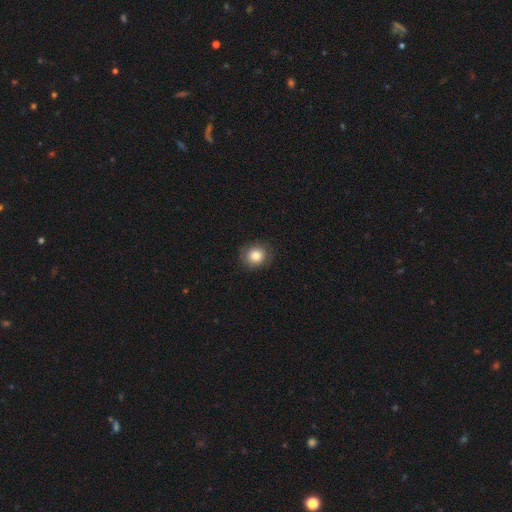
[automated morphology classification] Smooth or featured? Predicted: smooth (p=0.81). How rounded? Predicted: round (p=0.81). Merging? Predicted: none (p=0.84).